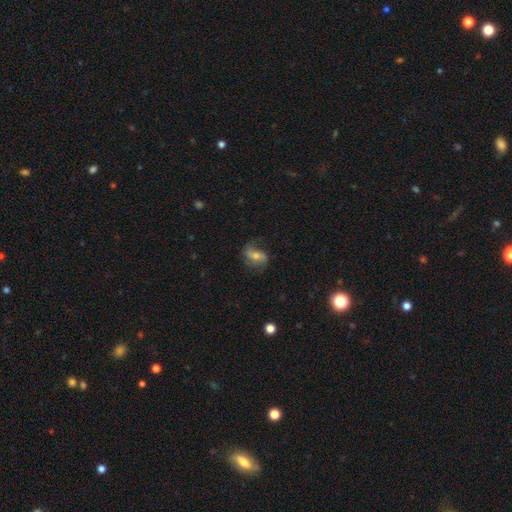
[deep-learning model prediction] featured or disk 57%, smooth 34%, star or artifact 9%. Down the decision tree: edge-on disk — no (94%); bar — weak (39%); spiral arms — yes (85%); bulge size — moderate (54%); merging — none (62%).